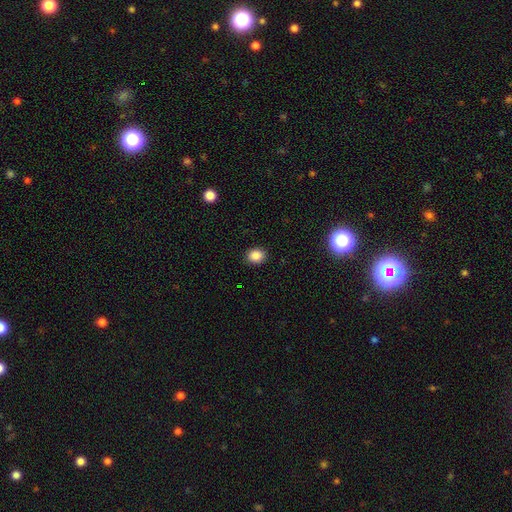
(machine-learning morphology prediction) Smooth or featured? smooth (87%)
How rounded? round (55%)
Merging? none (89%)